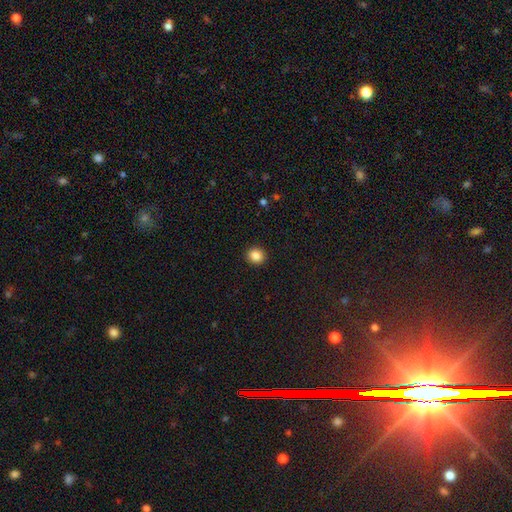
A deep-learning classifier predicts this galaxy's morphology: The model was most divided on "how rounded": round: 83%, in between: 16%, cigar-shaped: 1%. More confident: merging — none (92%); smooth or featured — smooth (86%).